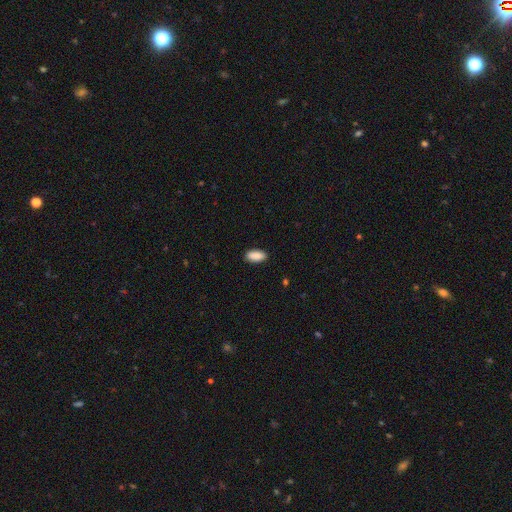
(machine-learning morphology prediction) smooth 91%, star or artifact 6%, featured or disk 3%. Down the decision tree: how rounded — in between (91%); merging — none (89%).